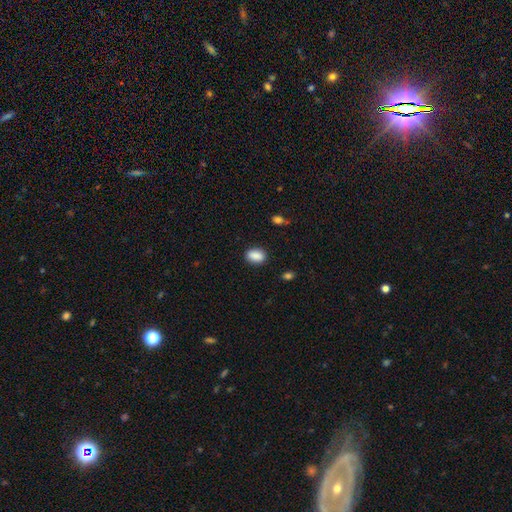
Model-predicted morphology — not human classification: Smooth or featured? smooth (89%)
How rounded? in between (81%)
Merging? none (86%)